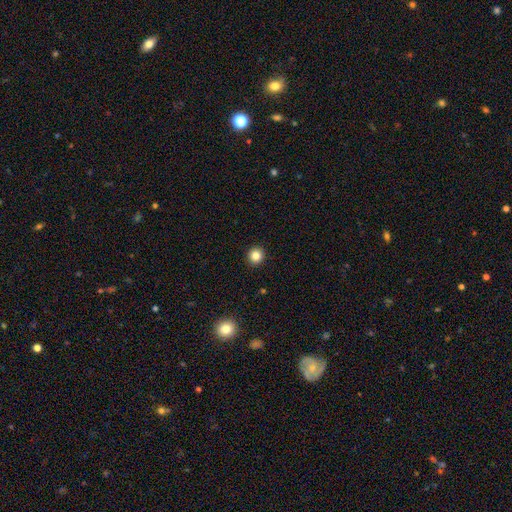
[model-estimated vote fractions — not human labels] Smooth or featured?
  - smooth: 83% *
  - star or artifact: 12%
  - featured or disk: 5%
How rounded?
  - round: 93% *
  - in between: 6%
  - cigar-shaped: 1%
Merging?
  - none: 93% *
  - minor disturbance: 4%
  - major disturbance: 1%
  - merger: 1%